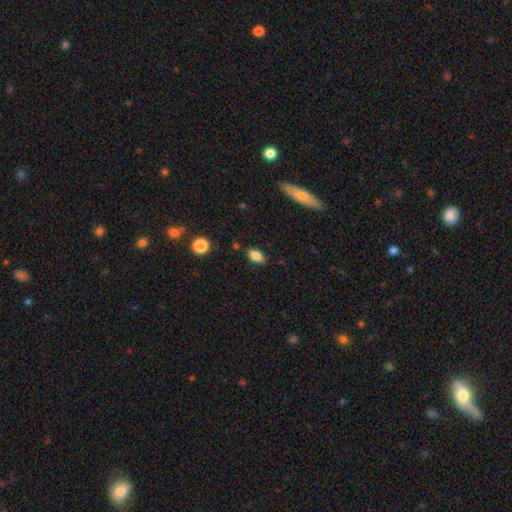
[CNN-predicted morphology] This appears to be a smooth galaxy with no disk features (82%) that is in between round and cigar-shaped (88%). Merging: none (82%).